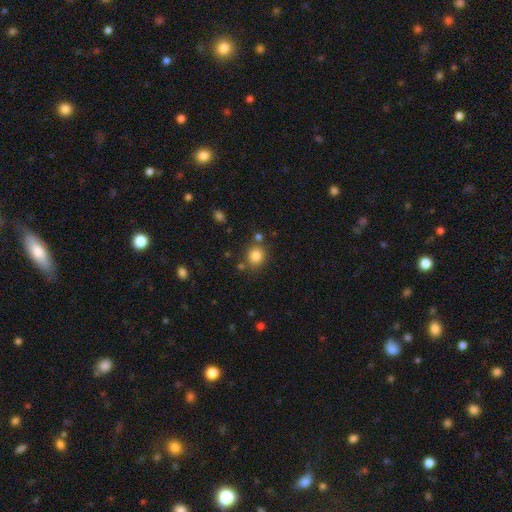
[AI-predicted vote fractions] Overall: smooth (83%). How rounded: round (80%). Merging: none (77%).